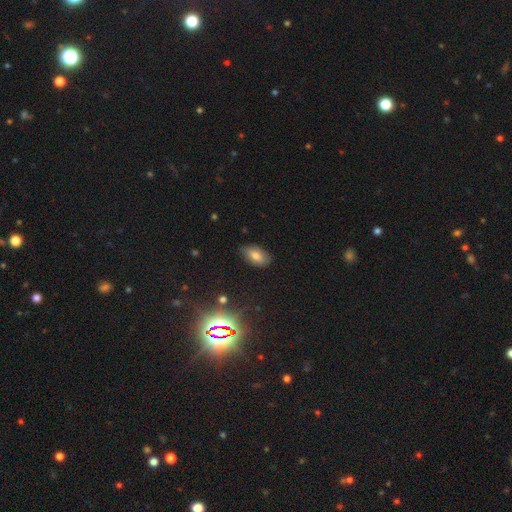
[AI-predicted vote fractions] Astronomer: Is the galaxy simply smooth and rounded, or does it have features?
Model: smooth — 69%.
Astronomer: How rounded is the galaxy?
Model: in between — 92%.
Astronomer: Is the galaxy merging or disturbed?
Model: none — 82%.